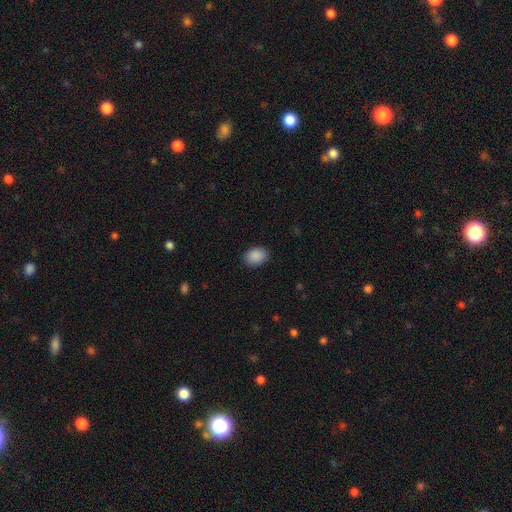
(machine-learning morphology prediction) smooth-or-featured: smooth: 89% | star or artifact: 8% | featured or disk: 3%
  how-rounded: in between: 69% | round: 30% | cigar-shaped: 1%
  merging: none: 88% | minor disturbance: 9% | major disturbance: 2% | merger: 1%